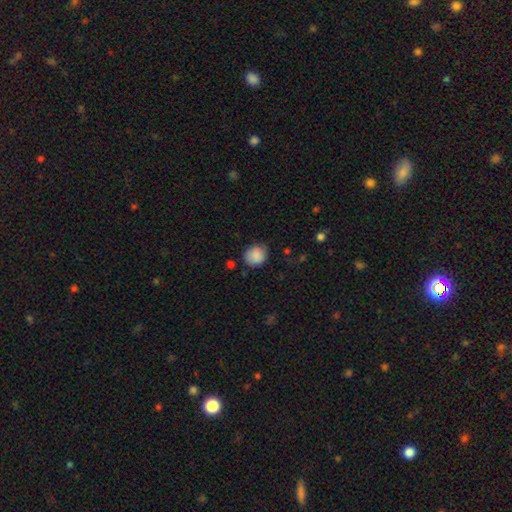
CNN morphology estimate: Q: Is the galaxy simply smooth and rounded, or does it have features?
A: smooth — 87%.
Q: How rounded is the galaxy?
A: round — 79%.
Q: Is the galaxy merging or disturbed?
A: none — 75%.